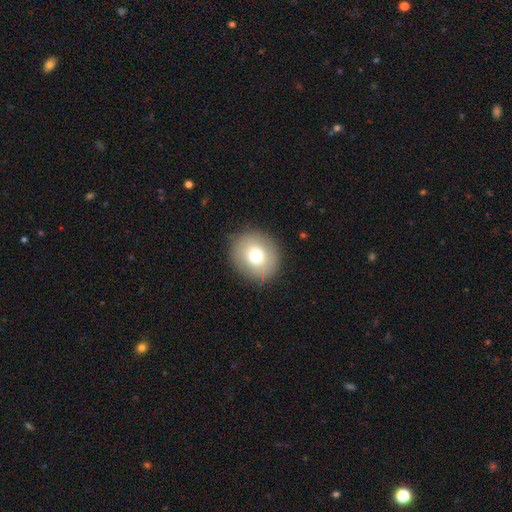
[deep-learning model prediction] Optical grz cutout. It shows a smooth galaxy with no disk features (76%) that is round (82%). Merging: none (88%).